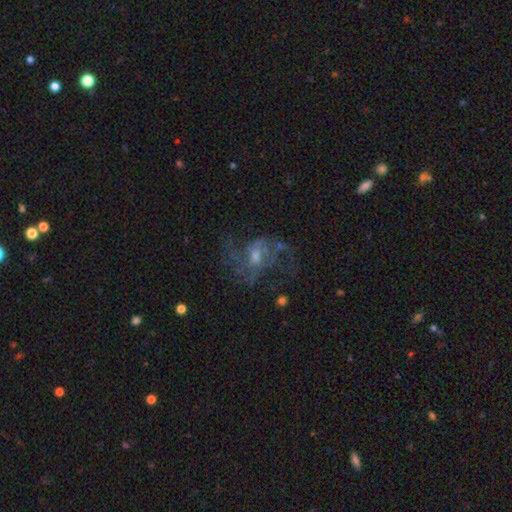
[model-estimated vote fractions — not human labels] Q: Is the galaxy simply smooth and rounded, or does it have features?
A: featured or disk — 73%.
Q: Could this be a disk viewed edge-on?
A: no — 97%.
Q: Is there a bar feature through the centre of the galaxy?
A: no — 61%.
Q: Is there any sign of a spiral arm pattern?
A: yes — 84%.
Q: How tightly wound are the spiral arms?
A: loose — 46%.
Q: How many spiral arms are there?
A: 2 — 49%.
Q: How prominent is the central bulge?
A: moderate — 45%, tied with small.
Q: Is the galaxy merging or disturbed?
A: none — 57%.